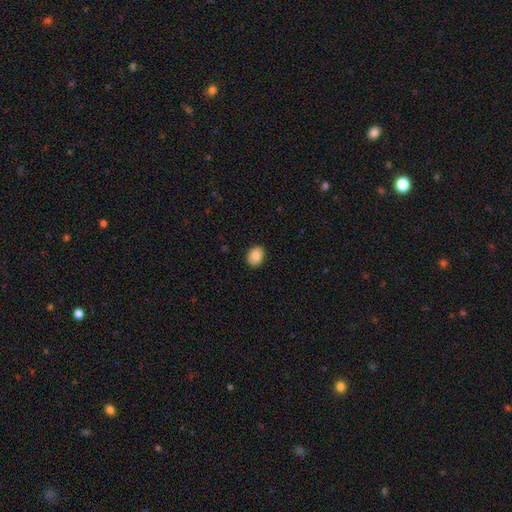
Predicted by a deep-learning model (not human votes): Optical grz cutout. It shows a smooth galaxy with no disk features (88%) that is in between round and cigar-shaped (53%). Merging: none (86%).